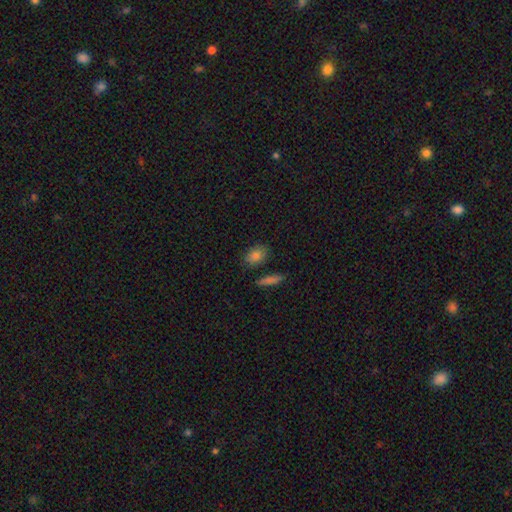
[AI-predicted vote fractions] smooth_or_featured: smooth (p=0.83) [alt: featured or disk p=0.09]
how_rounded: in between (p=0.75) [alt: round p=0.21]
merging: none (p=0.81) [alt: minor disturbance p=0.12]